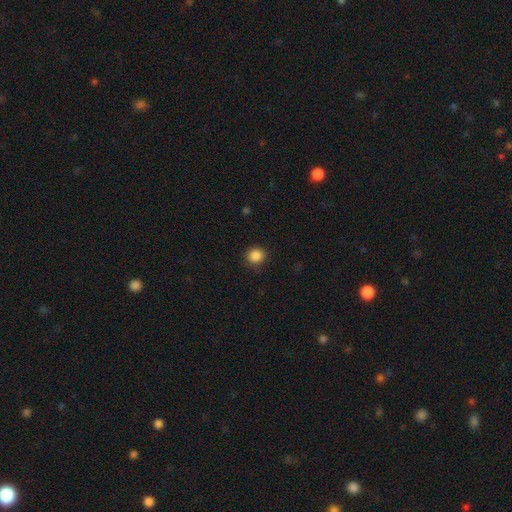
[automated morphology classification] smooth 87%, star or artifact 10%, featured or disk 3%. Down the decision tree: how rounded — round (88%); merging — none (88%).